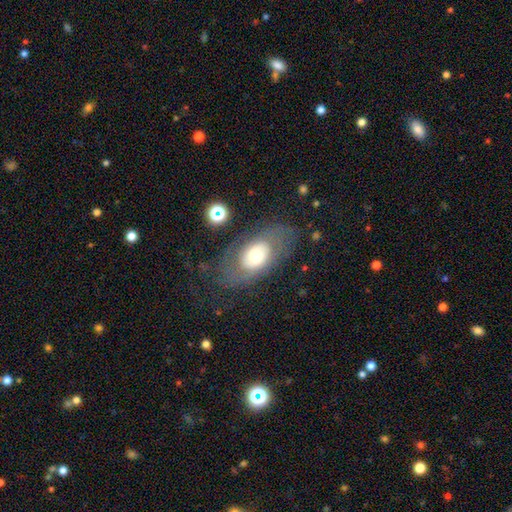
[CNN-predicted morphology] Smooth or featured: featured or disk — 48% (smooth — 42%)
Merging: none — 66% (minor disturbance — 17%)